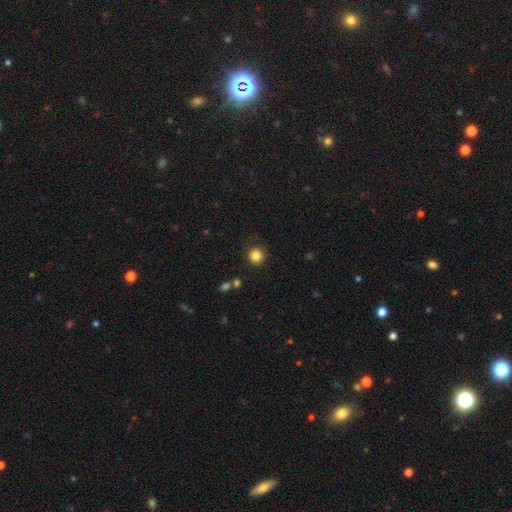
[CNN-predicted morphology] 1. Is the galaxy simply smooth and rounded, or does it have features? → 84% smooth, 11% star or artifact, 5% featured or disk.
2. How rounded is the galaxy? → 94% round, 5% in between, 1% cigar-shaped.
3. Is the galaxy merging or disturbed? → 90% none, 6% minor disturbance, 2% major disturbance, 2% merger.